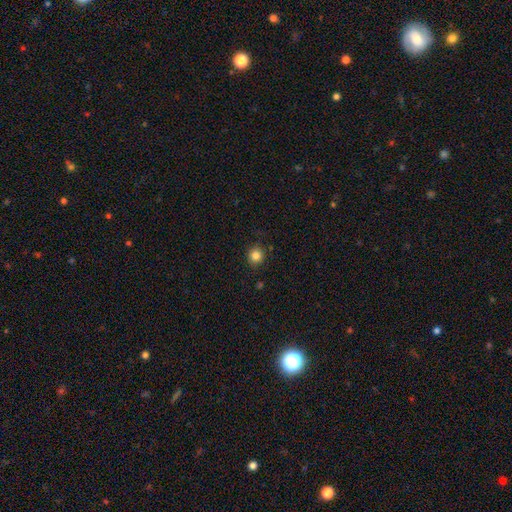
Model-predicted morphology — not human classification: Overall: smooth (84%). How rounded: round (94%). Merging: none (89%).